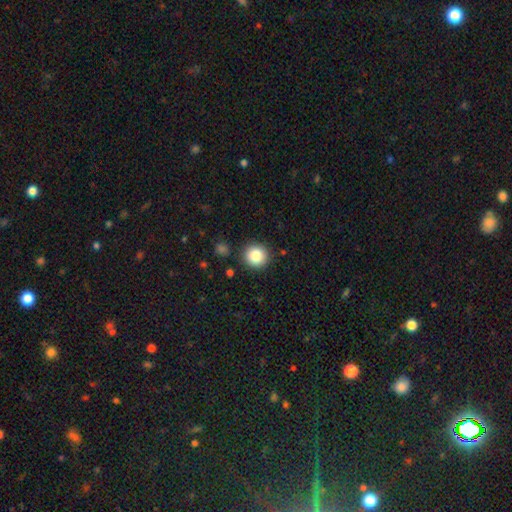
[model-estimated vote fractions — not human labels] Q: Smooth or featured?
A: smooth (85%); runner-up: star or artifact (9%)
Q: How rounded?
A: round (94%); runner-up: in between (5%)
Q: Merging?
A: none (89%); runner-up: minor disturbance (7%)